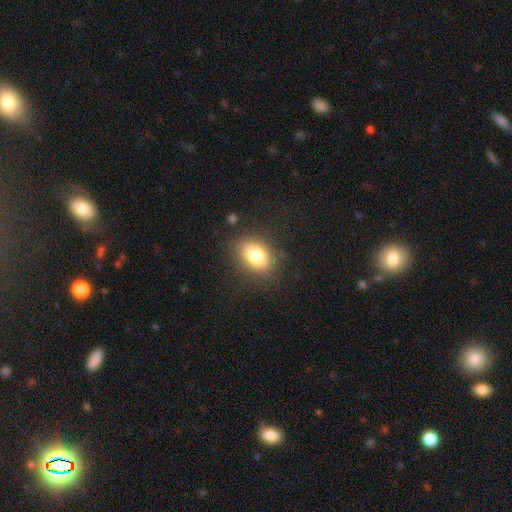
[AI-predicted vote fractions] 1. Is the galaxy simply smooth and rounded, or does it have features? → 79% smooth, 11% featured or disk, 10% star or artifact.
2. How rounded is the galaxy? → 78% in between, 21% round, 2% cigar-shaped.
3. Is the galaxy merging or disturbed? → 83% none, 11% minor disturbance, 4% major disturbance, 1% merger.